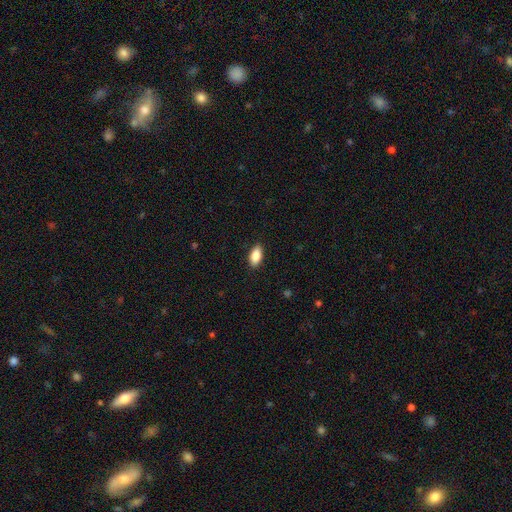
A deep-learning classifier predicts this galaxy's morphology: smooth_or_featured: smooth (p=0.88) [alt: star or artifact p=0.07]
how_rounded: in between (p=0.91) [alt: cigar-shaped p=0.06]
merging: none (p=0.88) [alt: minor disturbance p=0.09]